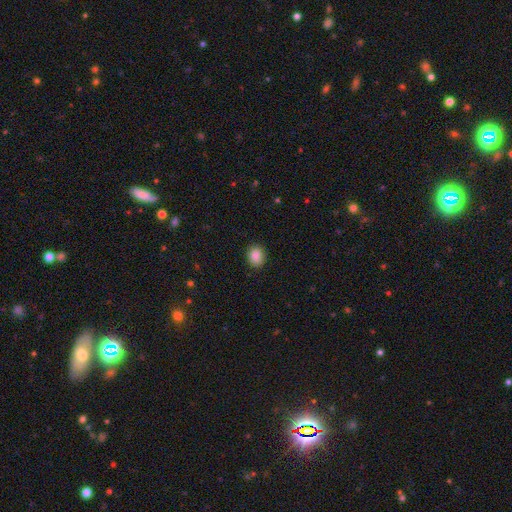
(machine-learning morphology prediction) smooth 88%, star or artifact 9%, featured or disk 4%. Down the decision tree: how rounded — in between (54%); merging — none (89%).